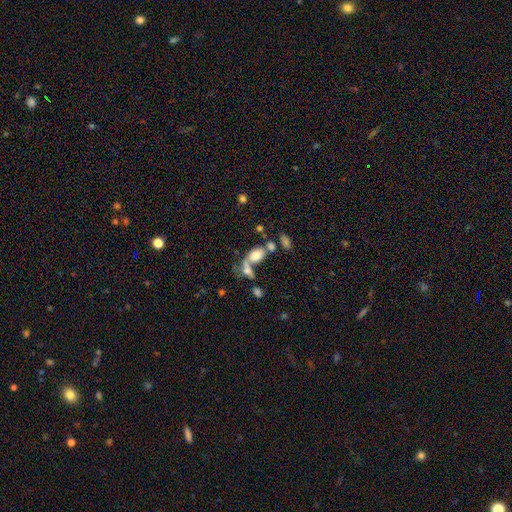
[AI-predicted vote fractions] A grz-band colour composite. It shows a smooth galaxy with no disk features (71%) that is in between round and cigar-shaped (81%). Merging: merger (51%).